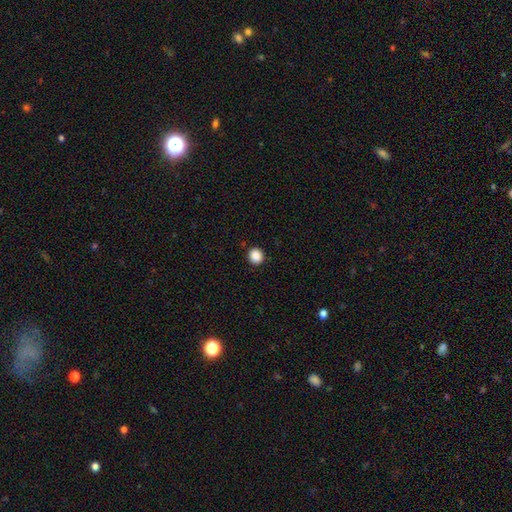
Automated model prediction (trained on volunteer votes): A smooth galaxy with no disk features (88%) that is round (89%).

Vote fractions:
- Smooth or featured? smooth: 88% / star or artifact: 9% / featured or disk: 3%
- How rounded? round: 89% / in between: 10% / cigar-shaped: 1%
- Merging? none: 92% / minor disturbance: 5% / major disturbance: 2% / merger: 1%